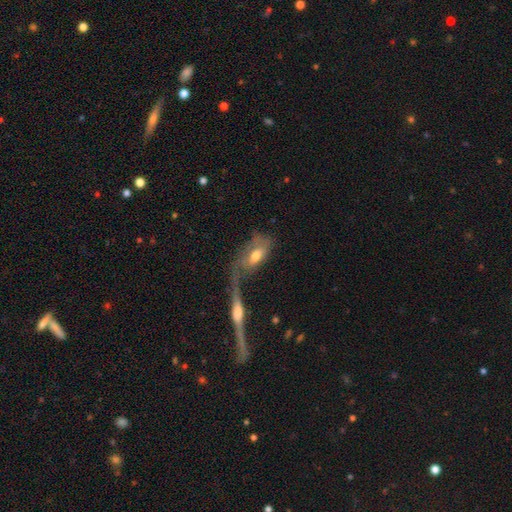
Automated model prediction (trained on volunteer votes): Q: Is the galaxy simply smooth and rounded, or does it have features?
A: smooth — 56%.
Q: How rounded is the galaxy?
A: in between — 81%.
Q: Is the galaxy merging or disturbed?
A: merger — 44%.